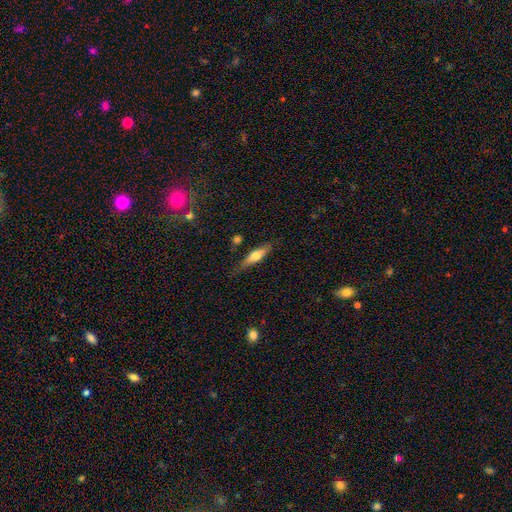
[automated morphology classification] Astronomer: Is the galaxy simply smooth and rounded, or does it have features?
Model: smooth — 56% (runner-up: featured or disk, 38%).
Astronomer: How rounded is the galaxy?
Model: cigar-shaped — 63%.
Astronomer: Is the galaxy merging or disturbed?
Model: none — 74%.